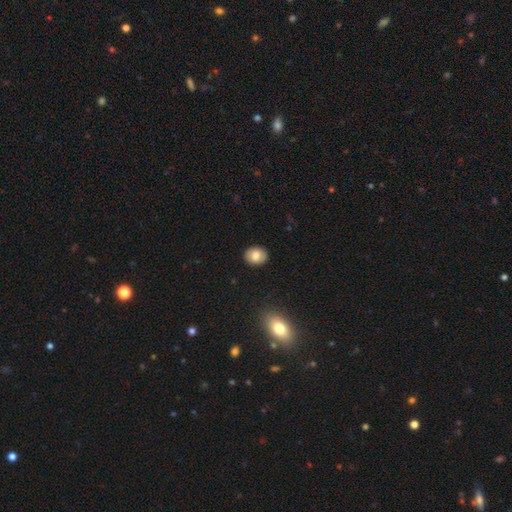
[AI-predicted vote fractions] Smooth or featured: smooth — 82% (featured or disk — 10%)
How rounded: round — 53% (in between — 46%)
Merging: none — 90% (minor disturbance — 7%)